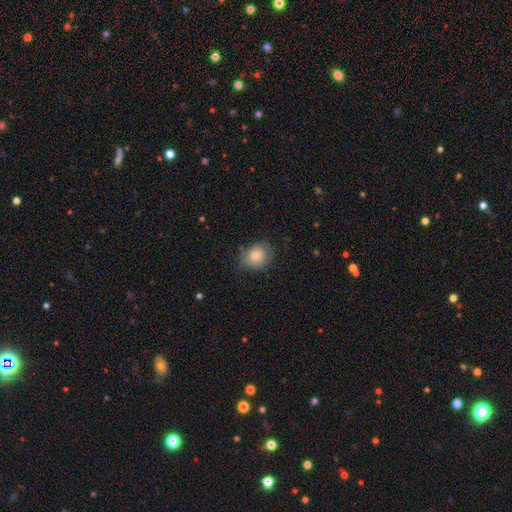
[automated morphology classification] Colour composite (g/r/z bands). It shows a smooth galaxy with no disk features (80%) that is round (61%). Merging: none (72%).